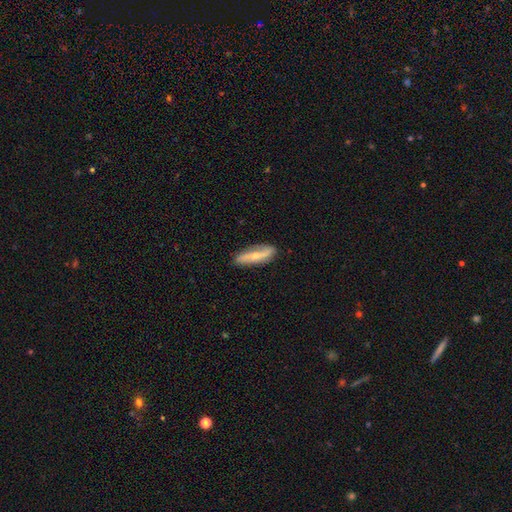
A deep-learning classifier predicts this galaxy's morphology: This is possibly a featured or disk galaxy (58%). It is likely not viewed edge-on (66%). Merging: clearly none (81%).